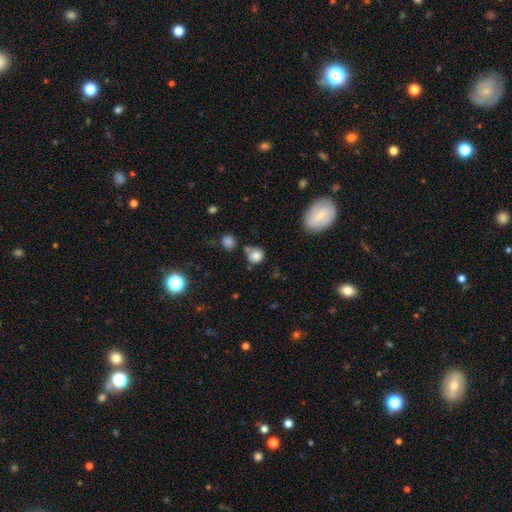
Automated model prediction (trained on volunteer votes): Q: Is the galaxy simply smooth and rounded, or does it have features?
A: smooth — 81%.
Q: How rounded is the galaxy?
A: round — 84%.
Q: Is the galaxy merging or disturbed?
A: none — 61%.